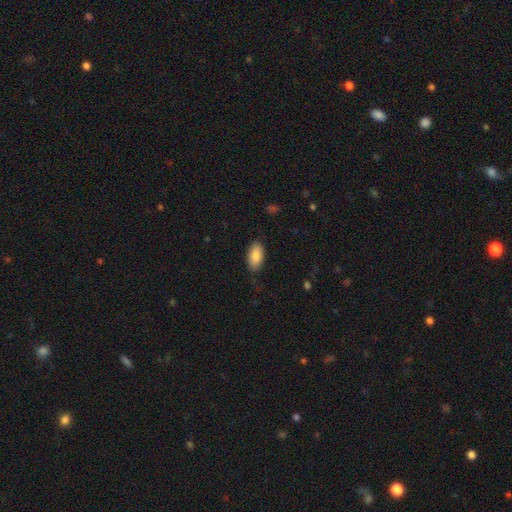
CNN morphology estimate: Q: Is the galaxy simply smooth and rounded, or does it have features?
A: smooth — 87%.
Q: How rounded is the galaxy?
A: in between — 93%.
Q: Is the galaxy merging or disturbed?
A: none — 85%.